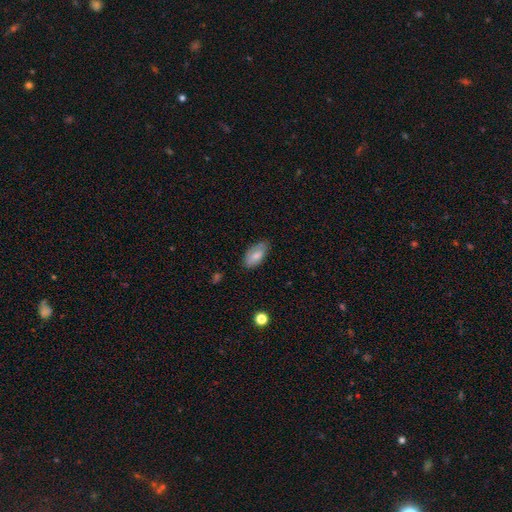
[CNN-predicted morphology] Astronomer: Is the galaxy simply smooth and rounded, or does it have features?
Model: smooth — 78%.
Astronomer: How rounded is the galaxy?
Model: in between — 92%.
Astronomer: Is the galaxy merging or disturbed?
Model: none — 65%.